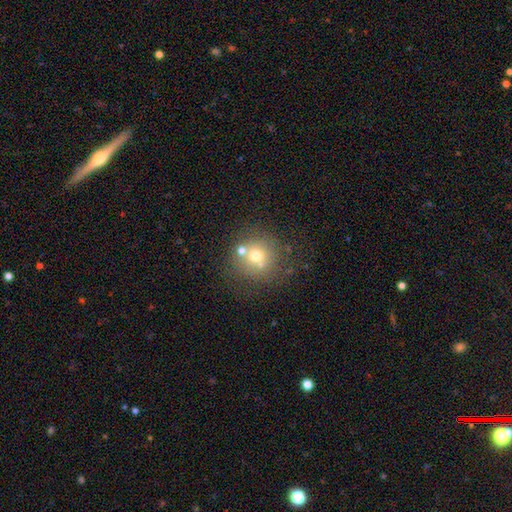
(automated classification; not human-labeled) smooth 62%, featured or disk 22%, star or artifact 16%. Down the decision tree: how rounded — round (92%); merging — none (63%).